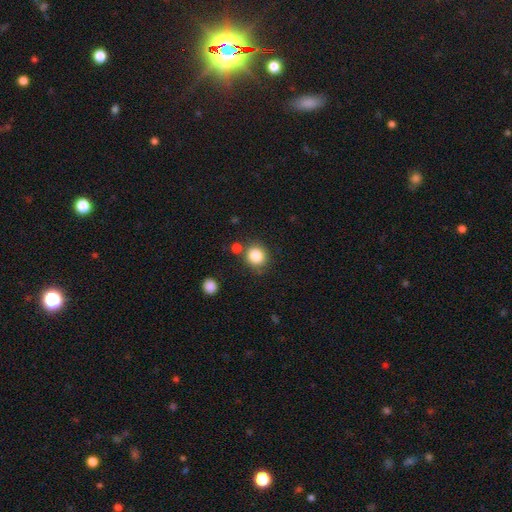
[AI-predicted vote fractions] This appears to be a smooth galaxy with no disk features (85%) that is round (84%). Merging: none (78%).